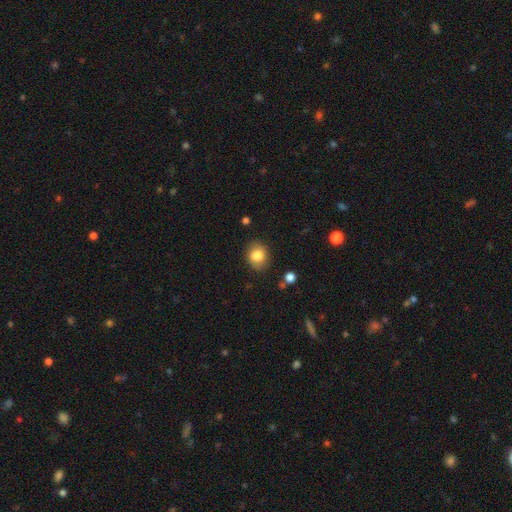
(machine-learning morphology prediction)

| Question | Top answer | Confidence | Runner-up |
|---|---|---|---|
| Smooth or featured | smooth | 83% | star or artifact (9%) |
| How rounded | round | 62% | in between (37%) |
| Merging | none | 84% | minor disturbance (11%) |